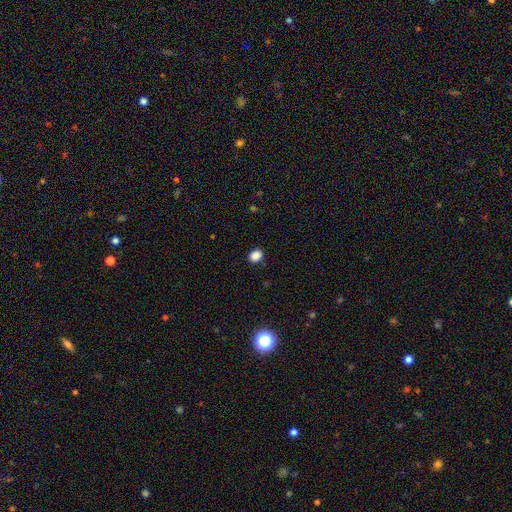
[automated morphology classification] smooth 87%, star or artifact 10%, featured or disk 3%. Down the decision tree: how rounded — in between (58%); merging — none (89%).